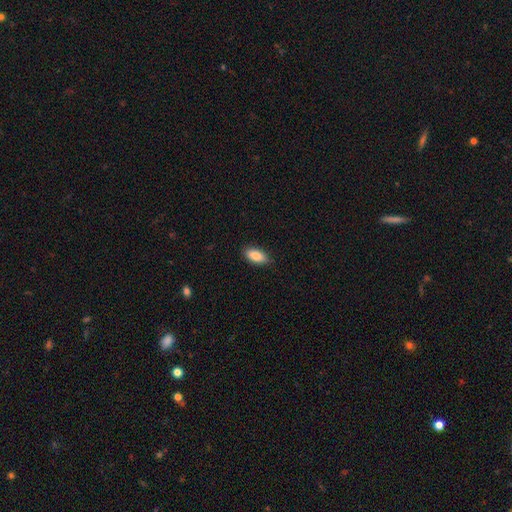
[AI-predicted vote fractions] smooth_or_featured: smooth (p=0.86) [alt: featured or disk p=0.07]
how_rounded: in between (p=0.88) [alt: cigar-shaped p=0.09]
merging: none (p=0.86) [alt: minor disturbance p=0.11]